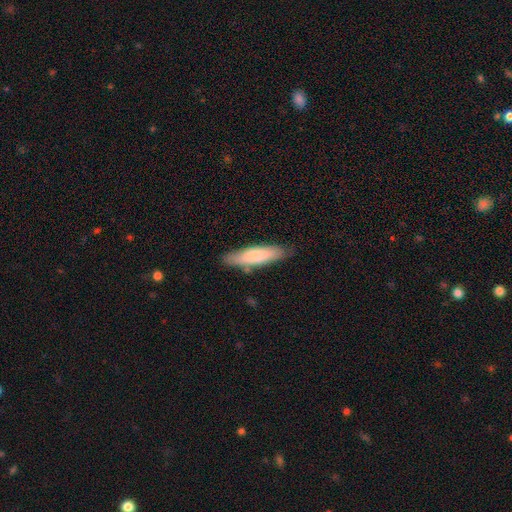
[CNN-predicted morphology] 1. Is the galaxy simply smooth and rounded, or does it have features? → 78% smooth, 16% featured or disk, 6% star or artifact.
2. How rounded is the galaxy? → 70% cigar-shaped, 29% in between, 1% round.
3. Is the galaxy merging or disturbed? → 80% none, 15% minor disturbance, 3% major disturbance, 3% merger.